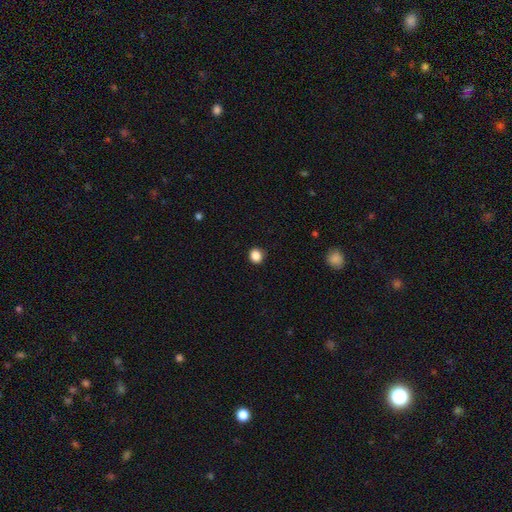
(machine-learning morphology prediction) The model was most divided on "how rounded": round: 81%, in between: 18%, cigar-shaped: 1%. More confident: merging — none (90%); smooth or featured — smooth (87%).